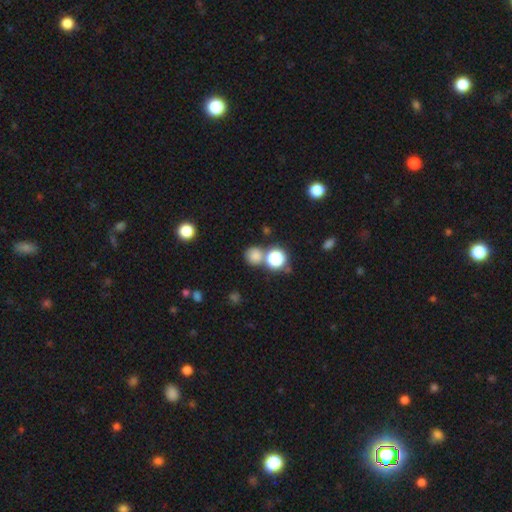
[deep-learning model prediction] Q: Smooth or featured?
A: smooth (75%); runner-up: star or artifact (19%)
Q: How rounded?
A: round (88%); runner-up: in between (11%)
Q: Merging?
A: none (65%); runner-up: merger (22%)